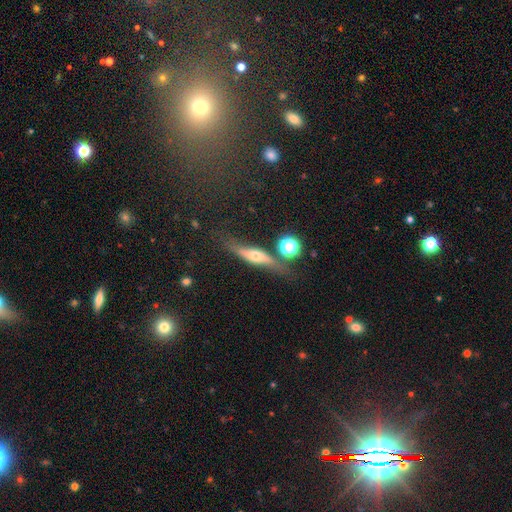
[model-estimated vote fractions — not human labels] Q: Smooth or featured?
A: featured or disk (58%); runner-up: smooth (31%)
Q: Edge-on disk?
A: yes (75%); runner-up: no (25%)
Q: Merging?
A: none (65%); runner-up: minor disturbance (20%)